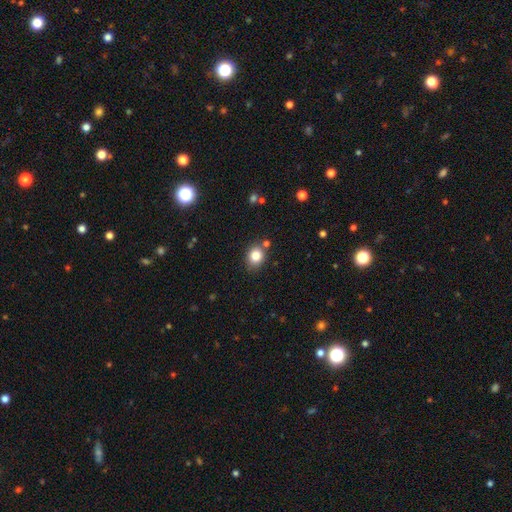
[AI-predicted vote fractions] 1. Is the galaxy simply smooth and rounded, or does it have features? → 81% smooth, 11% star or artifact, 8% featured or disk.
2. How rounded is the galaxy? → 61% round, 38% in between, 1% cigar-shaped.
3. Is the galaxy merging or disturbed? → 78% none, 12% minor disturbance, 7% merger, 3% major disturbance.